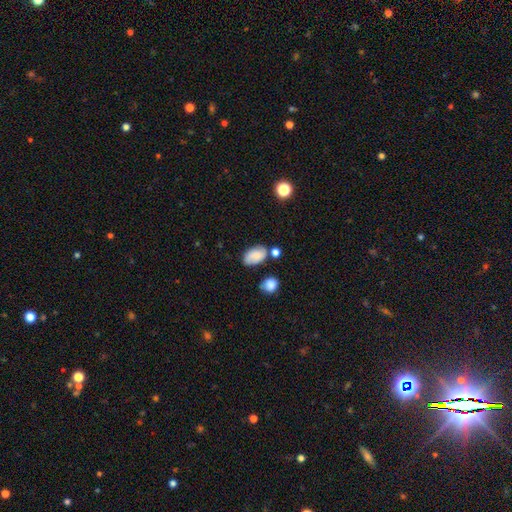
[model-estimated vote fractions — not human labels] A smooth galaxy with no disk features (70%) that is in between round and cigar-shaped (90%).

Vote fractions:
- Smooth or featured? smooth: 70% / featured or disk: 21% / star or artifact: 9%
- How rounded? in between: 90% / round: 9% / cigar-shaped: 1%
- Merging? none: 64% / minor disturbance: 20% / merger: 10% / major disturbance: 5%